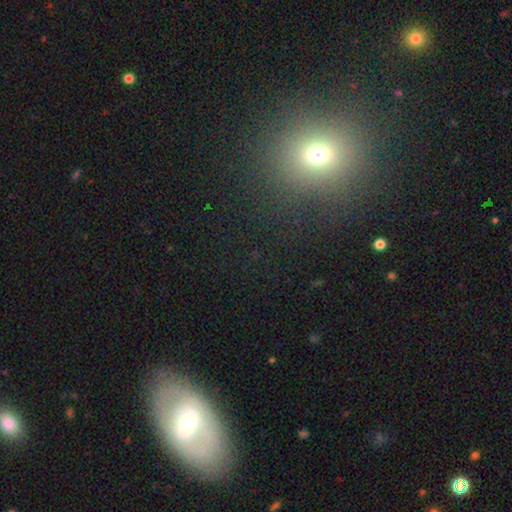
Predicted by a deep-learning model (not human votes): Morphology: type=star or artifact (38%).